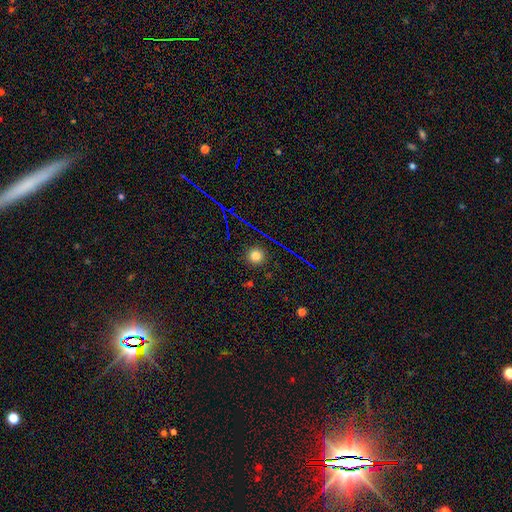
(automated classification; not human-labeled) smooth_or_featured: smooth (p=0.74) [alt: star or artifact p=0.19]
how_rounded: round (p=0.93) [alt: in between p=0.06]
merging: none (p=0.88) [alt: minor disturbance p=0.07]